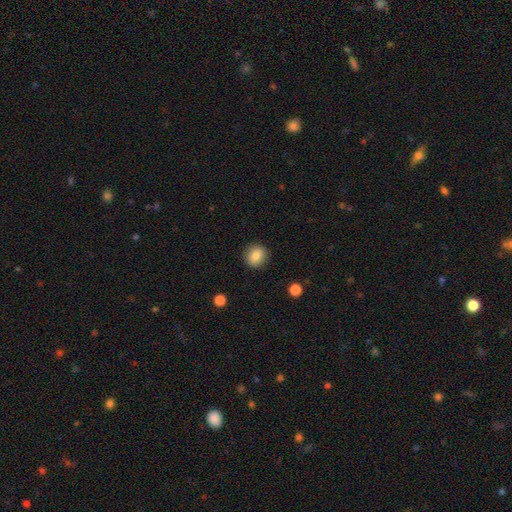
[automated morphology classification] Smooth or featured: smooth — 83% (star or artifact — 9%)
How rounded: round — 87% (in between — 12%)
Merging: none — 90% (minor disturbance — 7%)